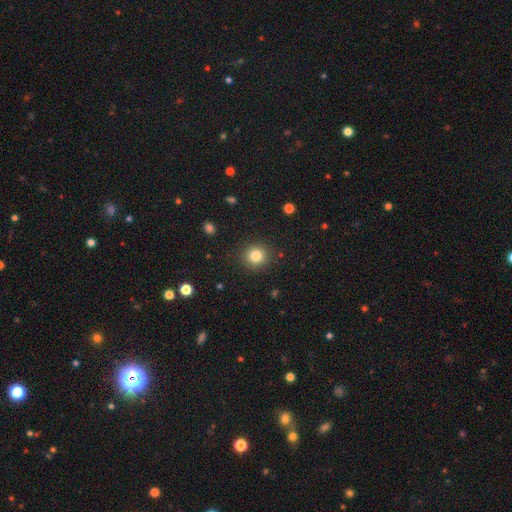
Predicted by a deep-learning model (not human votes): Overall: smooth (83%). How rounded: round (90%). Merging: none (89%).